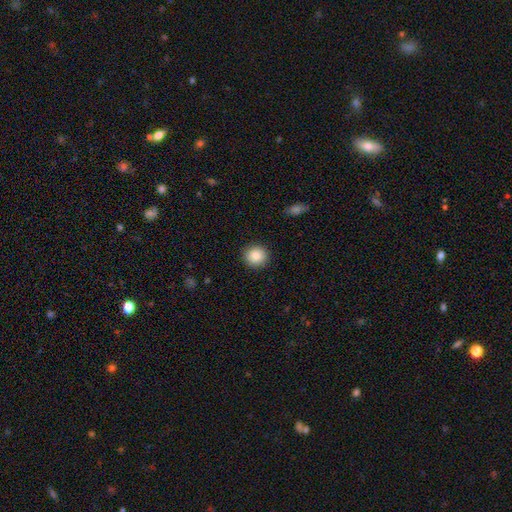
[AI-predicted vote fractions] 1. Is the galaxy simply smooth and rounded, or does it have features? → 86% smooth, 9% star or artifact, 6% featured or disk.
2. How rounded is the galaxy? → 91% round, 8% in between, 1% cigar-shaped.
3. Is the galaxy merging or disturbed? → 91% none, 7% minor disturbance, 2% major disturbance, 1% merger.